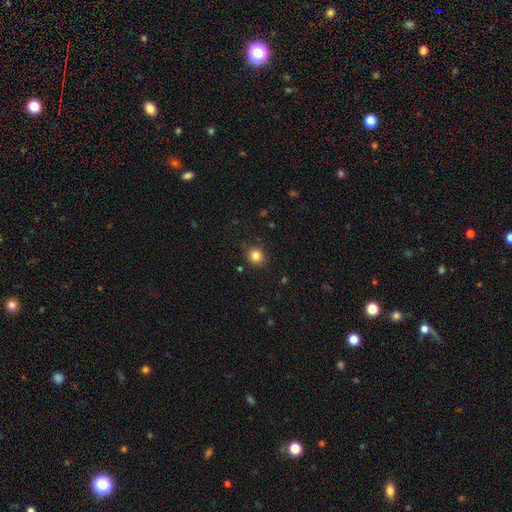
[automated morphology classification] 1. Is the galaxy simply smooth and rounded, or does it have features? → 83% smooth, 12% star or artifact, 5% featured or disk.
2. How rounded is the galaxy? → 91% round, 8% in between, 1% cigar-shaped.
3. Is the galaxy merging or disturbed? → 88% none, 8% minor disturbance, 2% major disturbance, 1% merger.